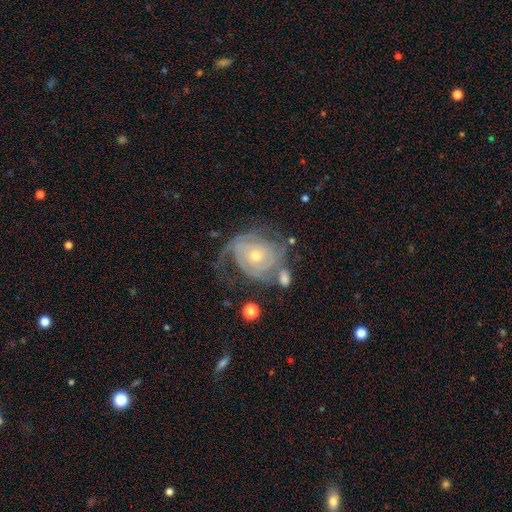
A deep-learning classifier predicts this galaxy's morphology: Smooth or featured: featured or disk — 86% (smooth — 8%)
Edge-on disk: no — 97% (yes — 3%)
Bar: no — 76% (weak — 19%)
Spiral arms: yes — 94% (no — 6%)
Spiral winding: tight — 68% (medium — 24%)
Spiral arm count: 2 — 37% (can't tell — 28%)
Bulge size: small — 52% (moderate — 44%)
Merging: none — 52% (minor disturbance — 21%)